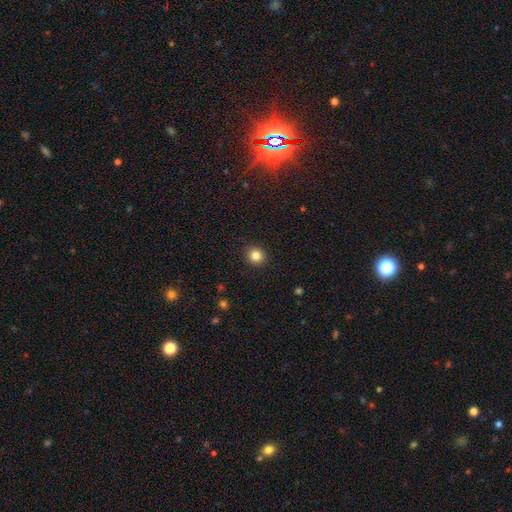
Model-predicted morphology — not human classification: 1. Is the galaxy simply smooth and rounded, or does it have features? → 84% smooth, 11% star or artifact, 5% featured or disk.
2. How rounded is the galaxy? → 91% round, 8% in between, 1% cigar-shaped.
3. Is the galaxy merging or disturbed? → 91% none, 6% minor disturbance, 2% major disturbance, 1% merger.